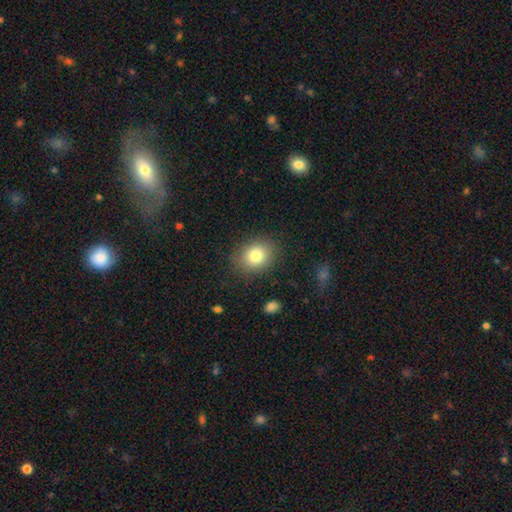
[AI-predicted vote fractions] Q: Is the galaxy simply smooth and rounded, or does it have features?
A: smooth — 82%.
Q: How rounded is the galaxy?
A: round — 56%.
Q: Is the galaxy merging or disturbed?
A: none — 85%.